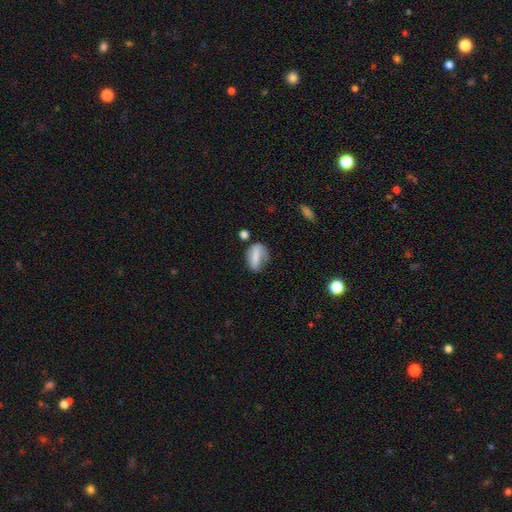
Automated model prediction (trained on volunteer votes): Smooth or featured?
  - smooth: 64% *
  - featured or disk: 27%
  - star or artifact: 9%
How rounded?
  - in between: 75% *
  - round: 17%
  - cigar-shaped: 9%
Merging?
  - none: 44% *
  - minor disturbance: 31%
  - major disturbance: 20%
  - merger: 6%